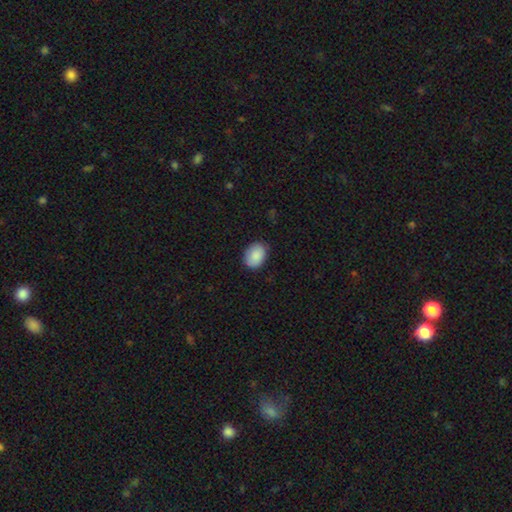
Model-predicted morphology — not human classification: Smooth or featured?
  - smooth: 89% *
  - star or artifact: 7%
  - featured or disk: 4%
How rounded?
  - in between: 72% *
  - round: 27%
  - cigar-shaped: 1%
Merging?
  - none: 81% *
  - minor disturbance: 15%
  - major disturbance: 3%
  - merger: 1%